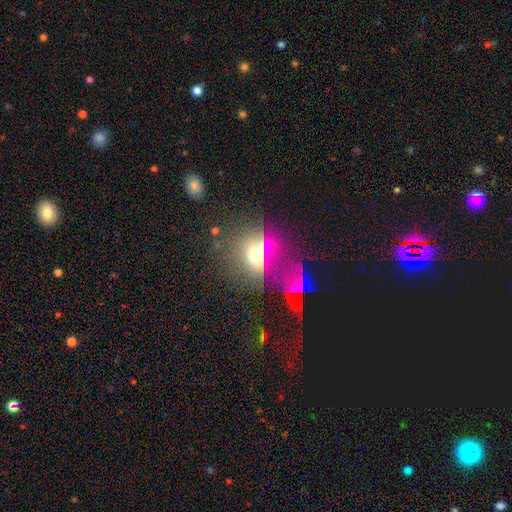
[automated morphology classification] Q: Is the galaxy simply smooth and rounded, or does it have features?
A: smooth — 49%.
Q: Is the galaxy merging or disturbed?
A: none — 38%.